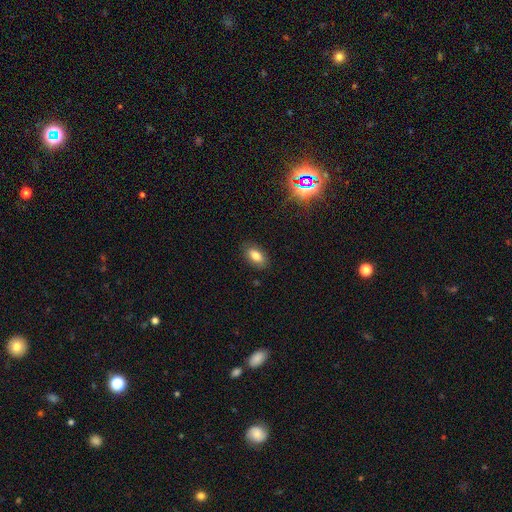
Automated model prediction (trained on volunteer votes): Overall: smooth (80%). How rounded: in between (91%). Merging: none (86%).